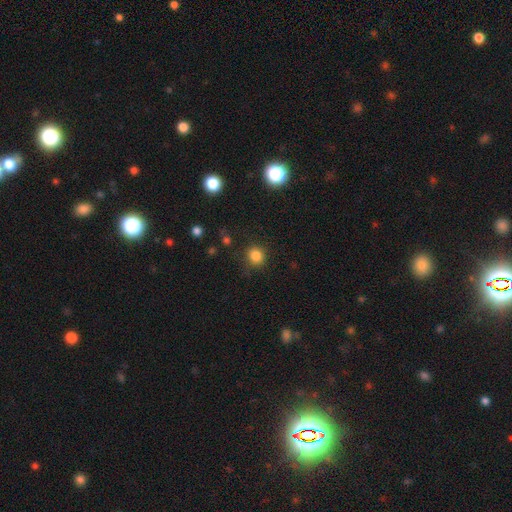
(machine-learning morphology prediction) smooth 83%, star or artifact 12%, featured or disk 5%. Down the decision tree: how rounded — round (83%); merging — none (84%).